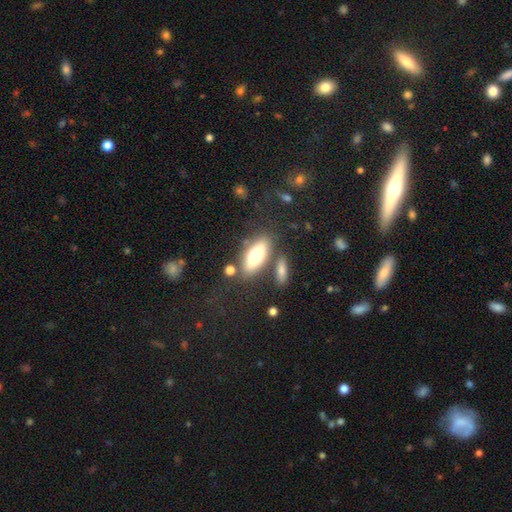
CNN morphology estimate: Smooth or featured?
  - smooth: 69% *
  - featured or disk: 23%
  - star or artifact: 8%
How rounded?
  - in between: 73% *
  - cigar-shaped: 24%
  - round: 3%
Merging?
  - none: 71% *
  - minor disturbance: 13%
  - merger: 11%
  - major disturbance: 5%